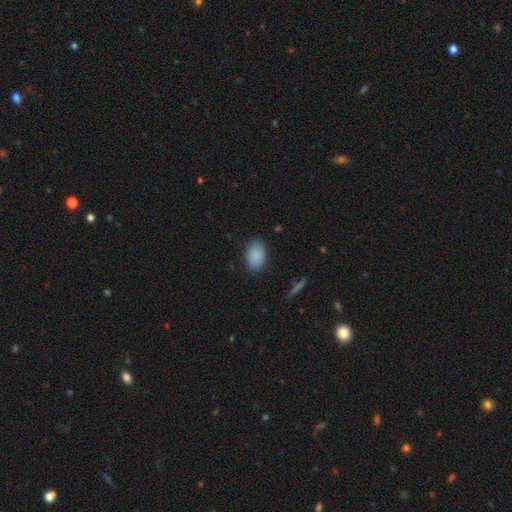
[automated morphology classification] Smooth or featured: smooth — 89% (star or artifact — 7%)
How rounded: in between — 90% (round — 9%)
Merging: none — 85% (minor disturbance — 11%)